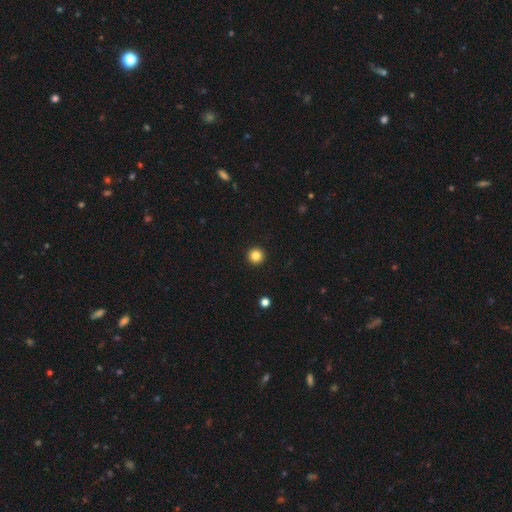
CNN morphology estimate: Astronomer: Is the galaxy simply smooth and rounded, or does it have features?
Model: smooth — 84%.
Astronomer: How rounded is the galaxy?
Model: round — 96%.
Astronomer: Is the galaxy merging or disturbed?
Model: none — 94%.